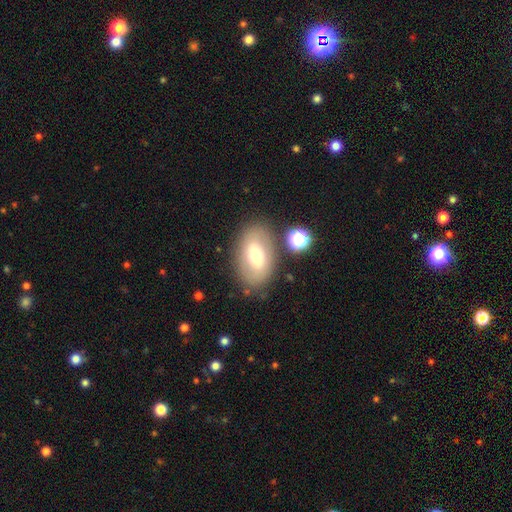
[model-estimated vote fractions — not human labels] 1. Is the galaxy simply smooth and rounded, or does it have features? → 60% smooth, 31% featured or disk, 9% star or artifact.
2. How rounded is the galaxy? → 90% in between, 8% round, 2% cigar-shaped.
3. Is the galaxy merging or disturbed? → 77% none, 12% minor disturbance, 6% merger, 5% major disturbance.